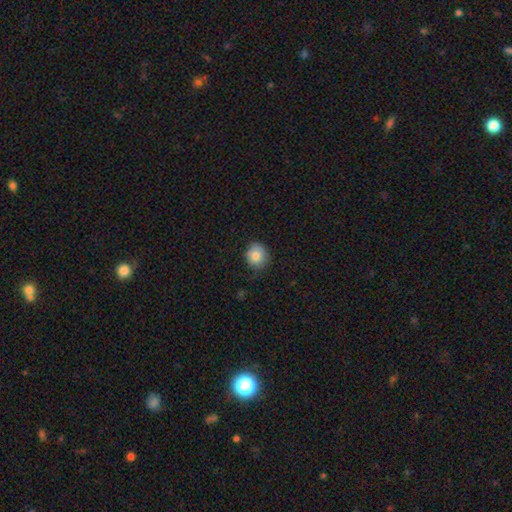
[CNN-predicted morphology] Smooth or featured? smooth (81%)
How rounded? round (85%)
Merging? none (76%)